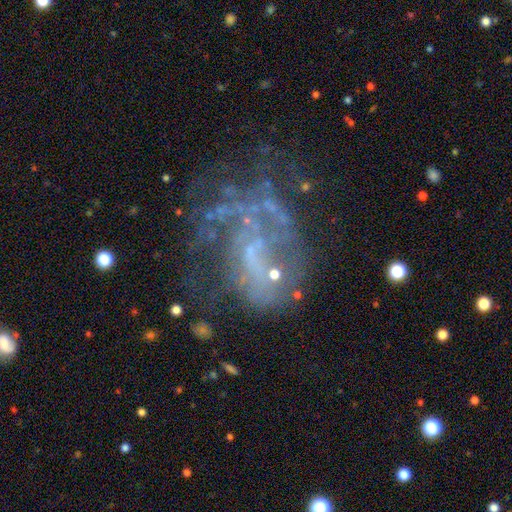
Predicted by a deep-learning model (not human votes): The model was most divided on "merging": none: 39%, major disturbance: 35%, minor disturbance: 19%, merger: 7%. More confident: edge-on disk — no (98%); bar — no (72%); smooth or featured — featured or disk (67%); bulge size — none (58%); spiral arms — no (58%).